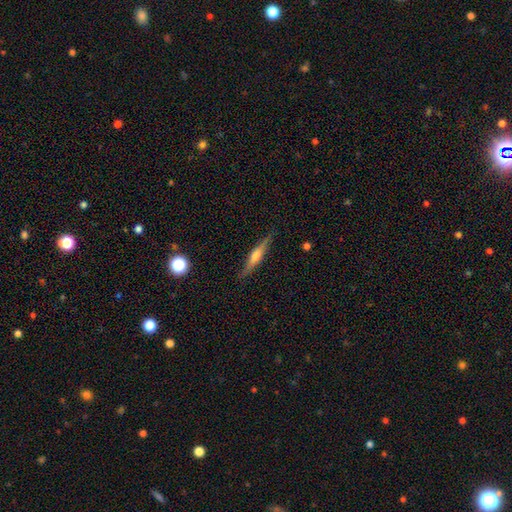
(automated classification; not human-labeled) This is likely a featured or disk galaxy (65%). It is clearly viewed edge-on (97%). Edge-on bulge: likely rounded (77%). Merging: clearly none (88%).